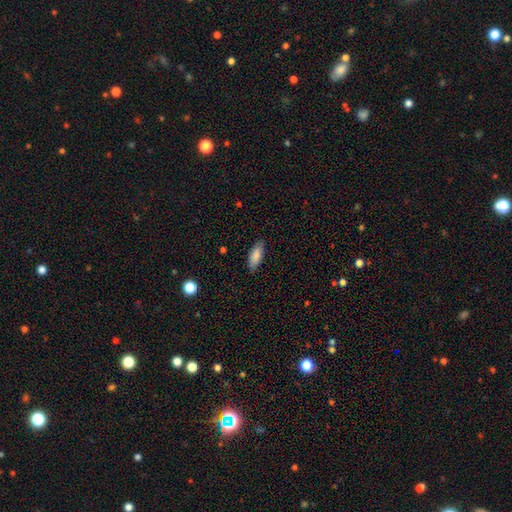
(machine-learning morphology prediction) smooth_or_featured: smooth (p=0.86) [alt: featured or disk p=0.08]
how_rounded: in between (p=0.74) [alt: cigar-shaped p=0.24]
merging: none (p=0.86) [alt: minor disturbance p=0.11]